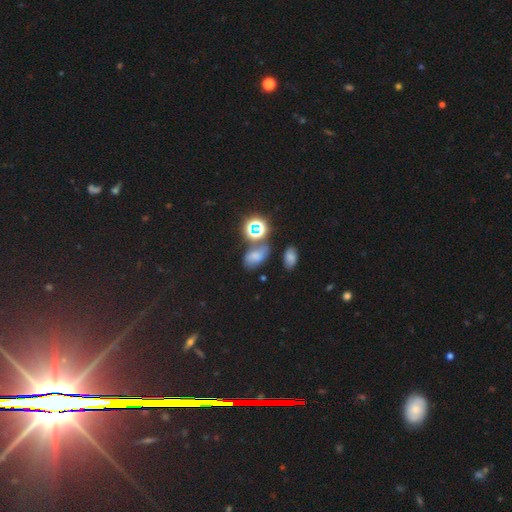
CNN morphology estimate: smooth 50%, star or artifact 30%, featured or disk 20%. Down the decision tree: how rounded — in between (79%); merging — none (54%).